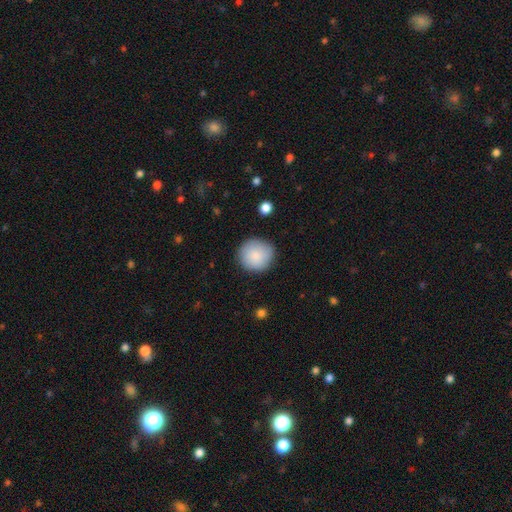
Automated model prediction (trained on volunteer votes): smooth 86%, star or artifact 7%, featured or disk 7%. Down the decision tree: how rounded — round (93%); merging — none (85%).